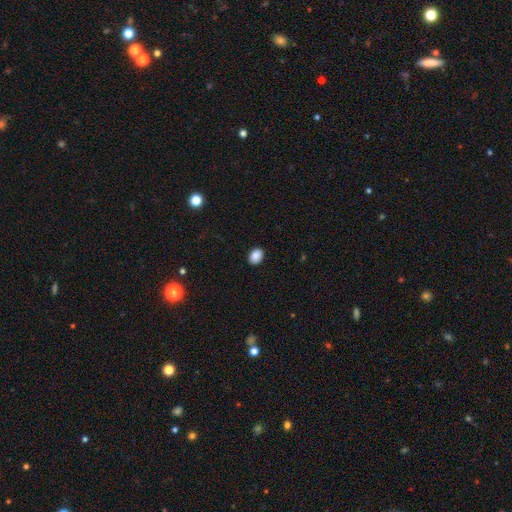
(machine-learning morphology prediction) smooth-or-featured: smooth: 88% | star or artifact: 8% | featured or disk: 3%
  how-rounded: in between: 69% | round: 30% | cigar-shaped: 1%
  merging: none: 90% | minor disturbance: 7% | major disturbance: 2% | merger: 1%